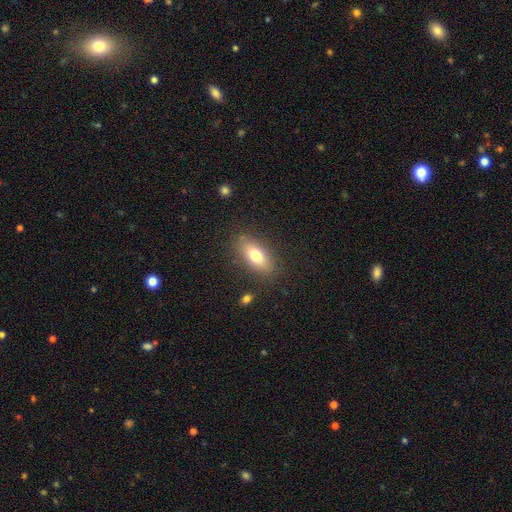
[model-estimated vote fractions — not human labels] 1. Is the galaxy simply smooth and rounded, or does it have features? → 74% smooth, 18% featured or disk, 8% star or artifact.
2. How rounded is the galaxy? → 83% in between, 13% cigar-shaped, 4% round.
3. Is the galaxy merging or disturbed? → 84% none, 11% minor disturbance, 4% major disturbance, 2% merger.